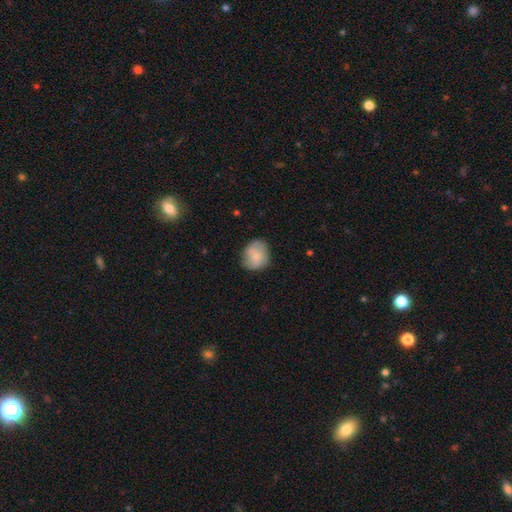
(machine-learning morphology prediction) Overall: smooth (72%). How rounded: round (70%). Merging: none (73%).